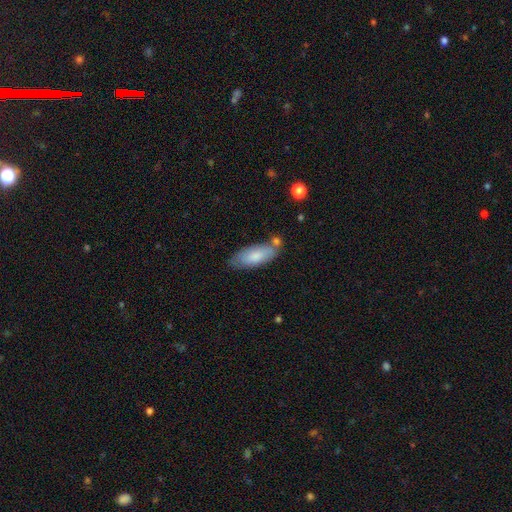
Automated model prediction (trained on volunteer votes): Overall: smooth (79%). How rounded: in between (73%). Merging: none (64%).